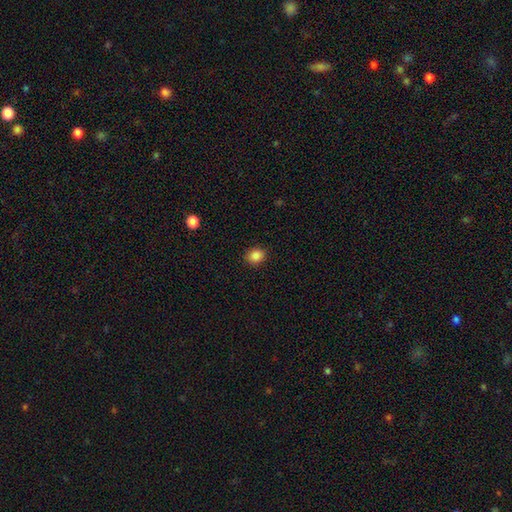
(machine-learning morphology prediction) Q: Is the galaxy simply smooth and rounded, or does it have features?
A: smooth — 86%.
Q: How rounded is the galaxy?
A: round — 66%.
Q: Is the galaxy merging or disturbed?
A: none — 90%.